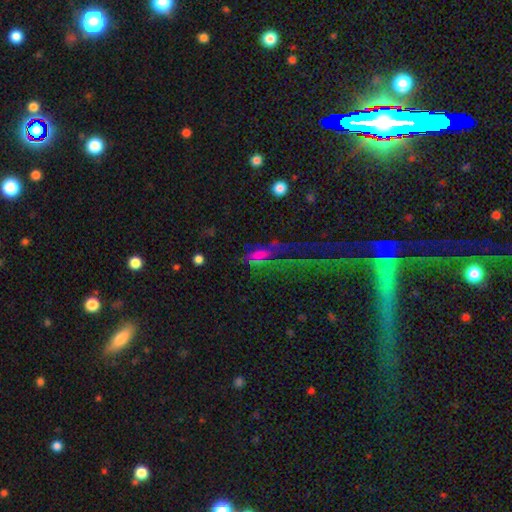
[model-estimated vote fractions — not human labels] This is marginally a smooth galaxy (40%). Merging: possibly none (56%).